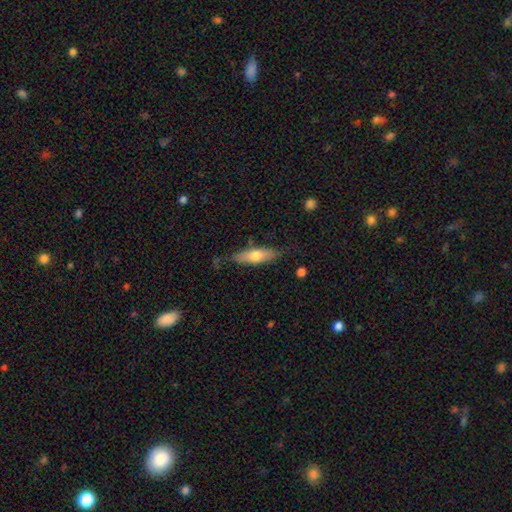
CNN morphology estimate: This is likely a smooth galaxy (64%). How rounded: possibly cigar-shaped (50%). Merging: likely none (76%).